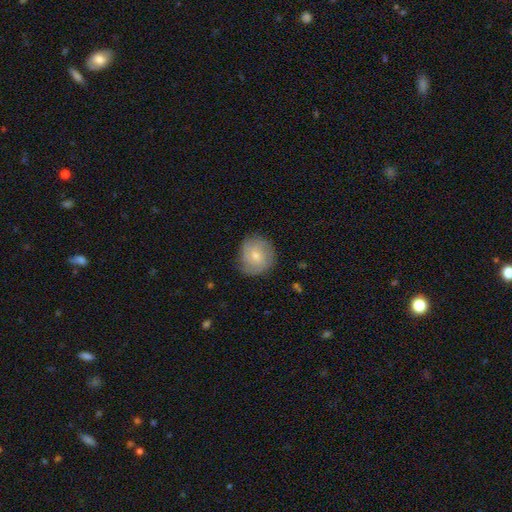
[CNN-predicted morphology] The model was most divided on "smooth or featured": smooth: 50%, featured or disk: 43%, star or artifact: 7%. More confident: how rounded — round (86%); merging — none (77%).